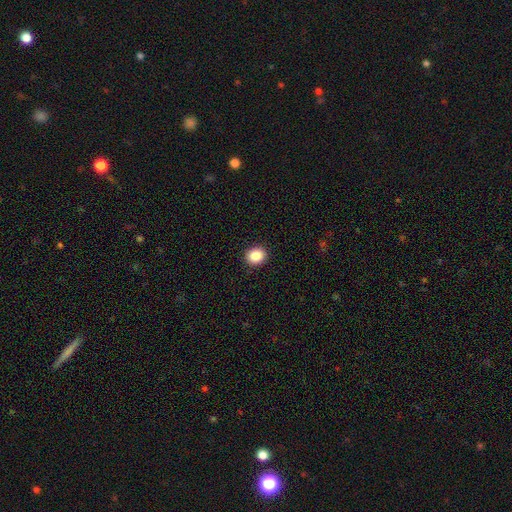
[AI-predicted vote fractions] Smooth or featured?
  - smooth: 87% *
  - star or artifact: 9%
  - featured or disk: 4%
How rounded?
  - round: 71% *
  - in between: 28%
  - cigar-shaped: 1%
Merging?
  - none: 92% *
  - minor disturbance: 6%
  - major disturbance: 2%
  - merger: 1%